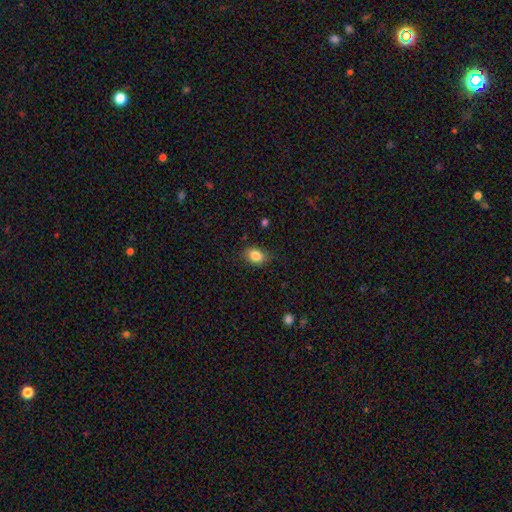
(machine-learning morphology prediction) Smooth or featured? Predicted: smooth (p=0.84). How rounded? Predicted: in between (p=0.68). Merging? Predicted: none (p=0.82).